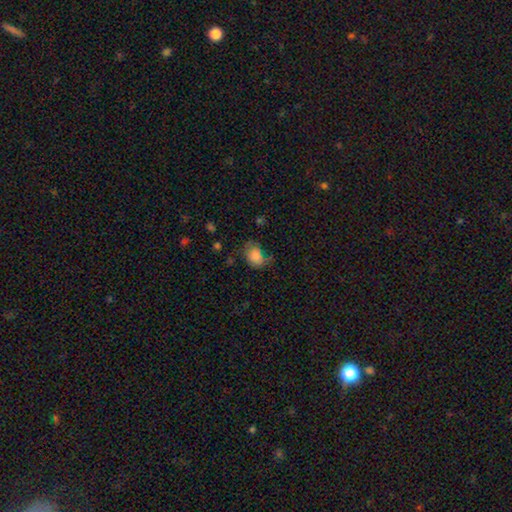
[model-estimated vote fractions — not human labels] Smooth or featured? Predicted: smooth (p=0.79). How rounded? Predicted: in between (p=0.67). Merging? Predicted: none (p=0.47).